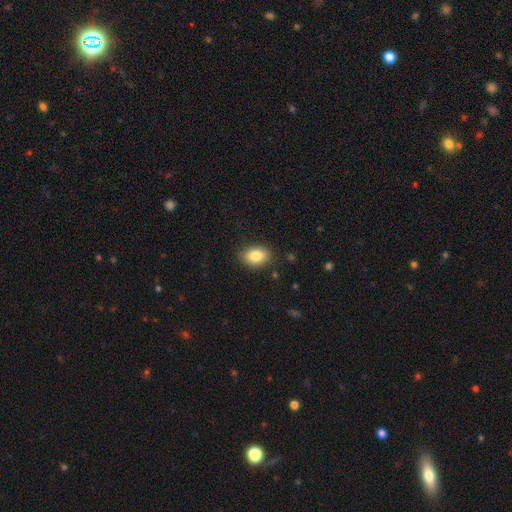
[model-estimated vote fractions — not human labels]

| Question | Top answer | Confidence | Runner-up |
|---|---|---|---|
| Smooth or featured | smooth | 85% | star or artifact (8%) |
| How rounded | in between | 83% | round (16%) |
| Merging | none | 85% | minor disturbance (11%) |